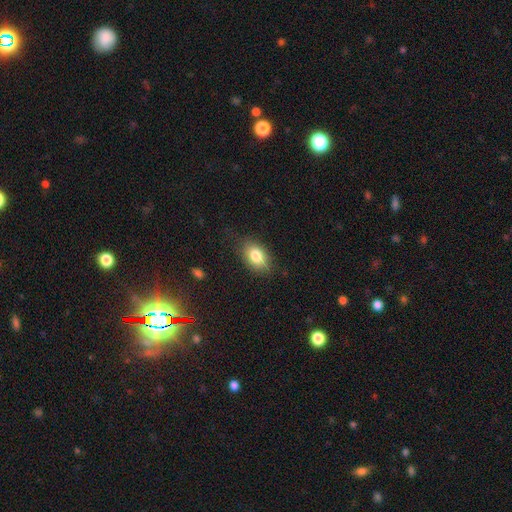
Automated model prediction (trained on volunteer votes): This appears to be a smooth galaxy with no disk features (80%) that is in between round and cigar-shaped (84%). Merging: none (76%).